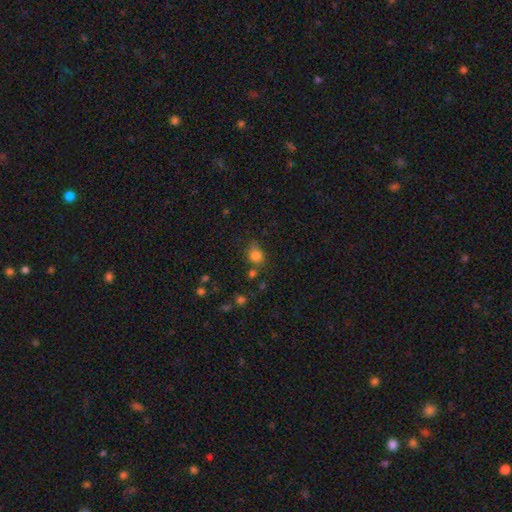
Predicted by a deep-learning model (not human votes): Smooth or featured? Predicted: smooth (p=0.79). How rounded? Predicted: round (p=0.71). Merging? Predicted: none (p=0.60).